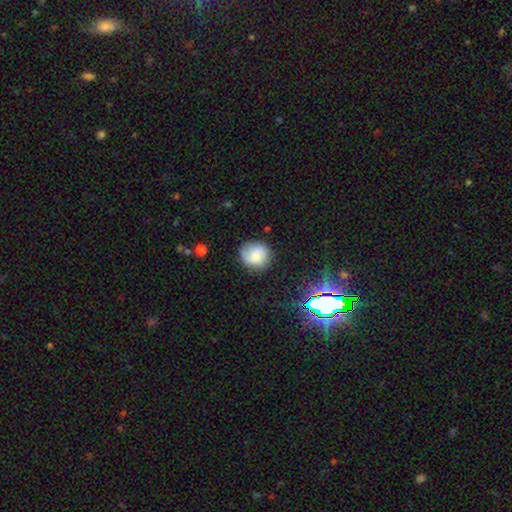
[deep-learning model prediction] Smooth or featured? smooth (71%)
How rounded? round (87%)
Merging? none (78%)